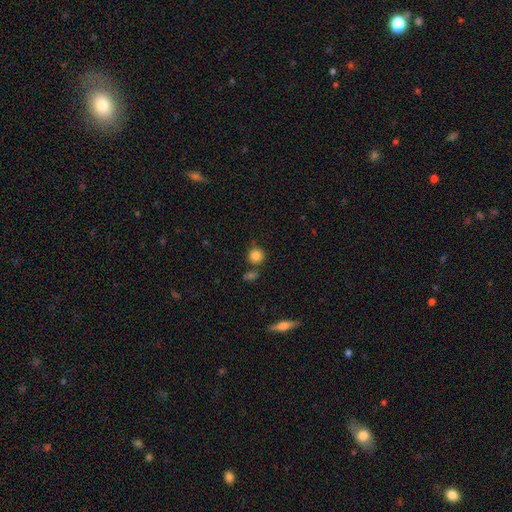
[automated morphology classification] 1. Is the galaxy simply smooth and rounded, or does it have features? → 84% smooth, 10% star or artifact, 6% featured or disk.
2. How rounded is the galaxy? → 91% round, 8% in between, 1% cigar-shaped.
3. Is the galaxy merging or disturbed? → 72% none, 13% merger, 11% minor disturbance, 4% major disturbance.